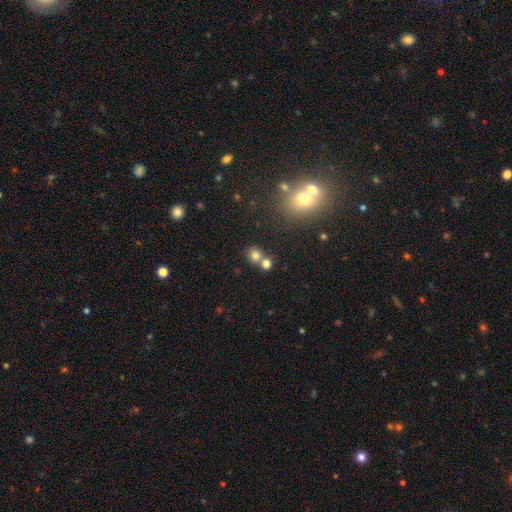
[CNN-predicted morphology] A smooth galaxy with no disk features (76%) that is round (82%). Merging: none (51%).